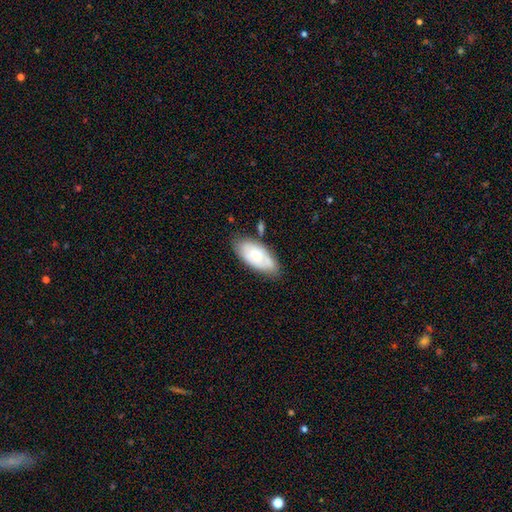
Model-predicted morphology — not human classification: Smooth or featured? Predicted: smooth (p=0.53). How rounded? Predicted: in between (p=0.91). Merging? Predicted: none (p=0.70).